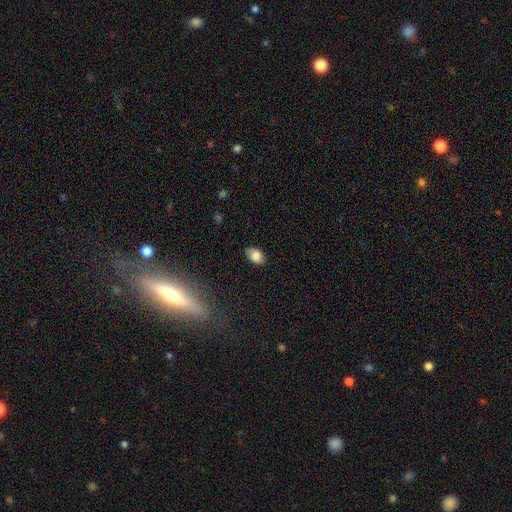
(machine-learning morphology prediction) Smooth or featured? Predicted: smooth (p=0.81). How rounded? Predicted: in between (p=0.89). Merging? Predicted: none (p=0.85).